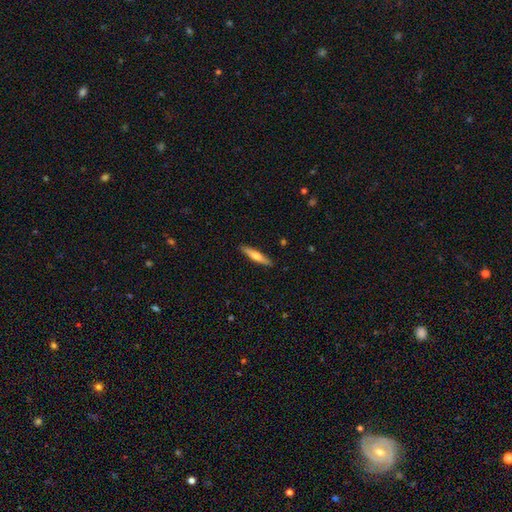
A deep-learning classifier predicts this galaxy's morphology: Smooth or featured? Predicted: smooth (p=0.55). How rounded? Predicted: cigar-shaped (p=0.87). Merging? Predicted: none (p=0.90).